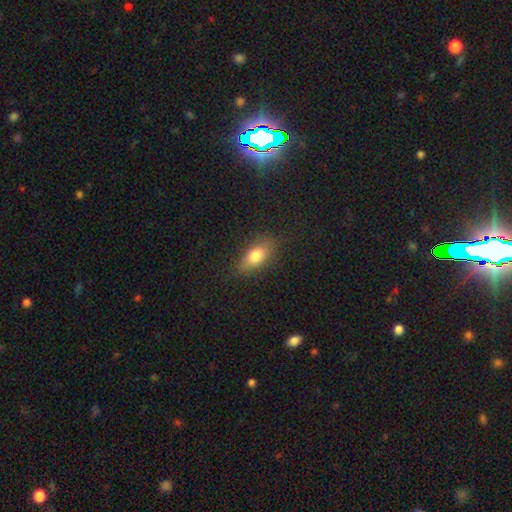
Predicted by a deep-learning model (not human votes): smooth_or_featured: smooth (p=0.79) [alt: featured or disk p=0.12]
how_rounded: in between (p=0.83) [alt: cigar-shaped p=0.11]
merging: none (p=0.80) [alt: minor disturbance p=0.14]